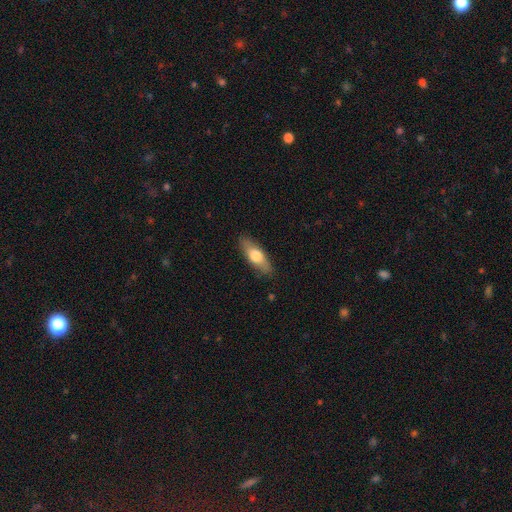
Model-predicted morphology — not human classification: Overall: smooth (65%; featured or disk 29%). How rounded: in between (64%; cigar-shaped 33%). Merging: none (87%).